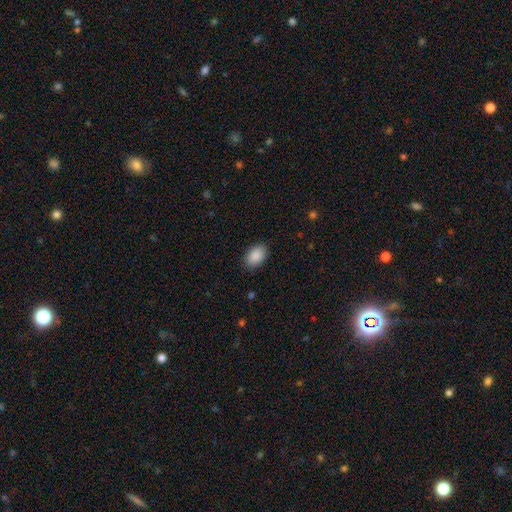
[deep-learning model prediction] A smooth galaxy with no disk features (90%) that is in between round and cigar-shaped (90%).

Vote fractions:
- Smooth or featured? smooth: 90% / star or artifact: 7% / featured or disk: 3%
- How rounded? in between: 90% / round: 9% / cigar-shaped: 1%
- Merging? none: 88% / minor disturbance: 9% / major disturbance: 2% / merger: 1%